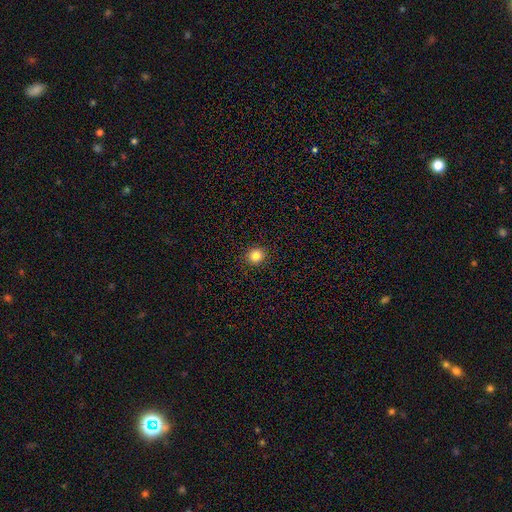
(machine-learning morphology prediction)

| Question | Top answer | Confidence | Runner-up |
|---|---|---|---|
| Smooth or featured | smooth | 83% | star or artifact (12%) |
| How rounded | round | 88% | in between (11%) |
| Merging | none | 92% | minor disturbance (5%) |